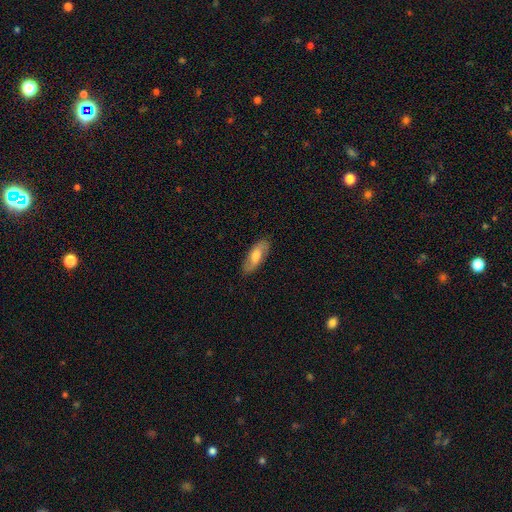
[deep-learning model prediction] This is likely a smooth galaxy (60%). How rounded: likely in between (74%). Merging: clearly none (84%).